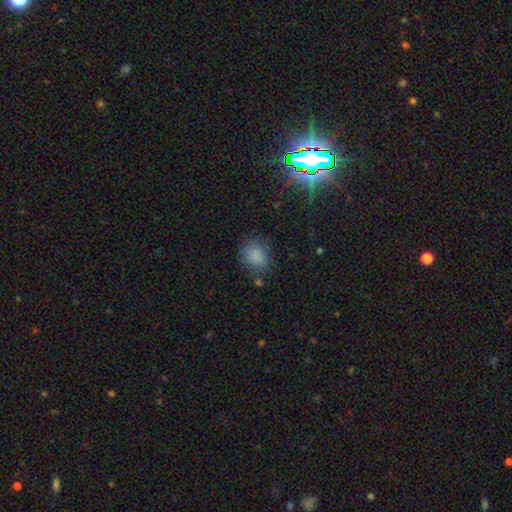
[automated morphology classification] smooth 84%, star or artifact 11%, featured or disk 5%. Down the decision tree: how rounded — round (64%); merging — none (74%).